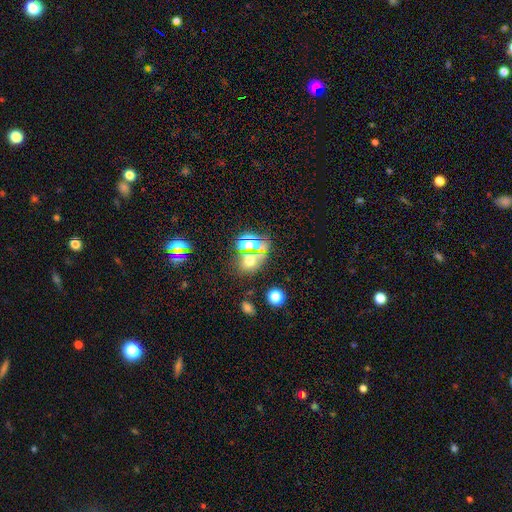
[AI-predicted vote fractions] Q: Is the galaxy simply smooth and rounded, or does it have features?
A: smooth — 44%.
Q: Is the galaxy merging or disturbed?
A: none — 50%.